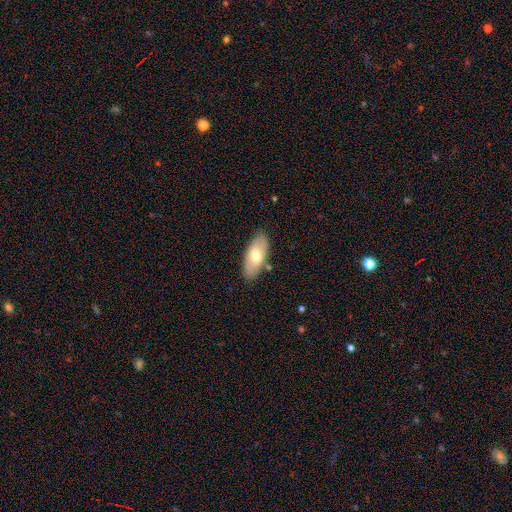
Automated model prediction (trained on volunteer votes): smooth 66%, featured or disk 28%, star or artifact 6%. Down the decision tree: how rounded — in between (87%); merging — none (84%).